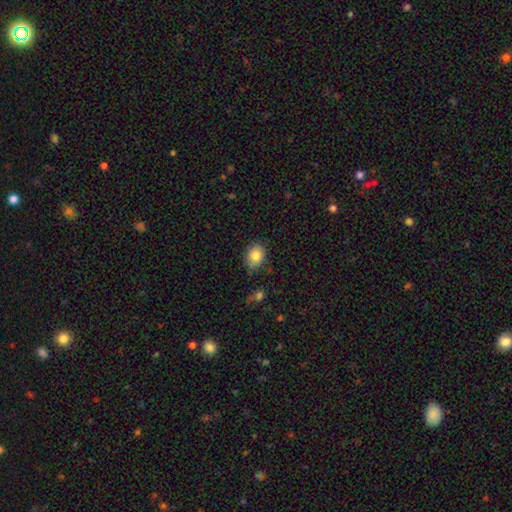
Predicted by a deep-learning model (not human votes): This is clearly a smooth galaxy (83%). How rounded: likely in between (62%). Merging: clearly none (80%).